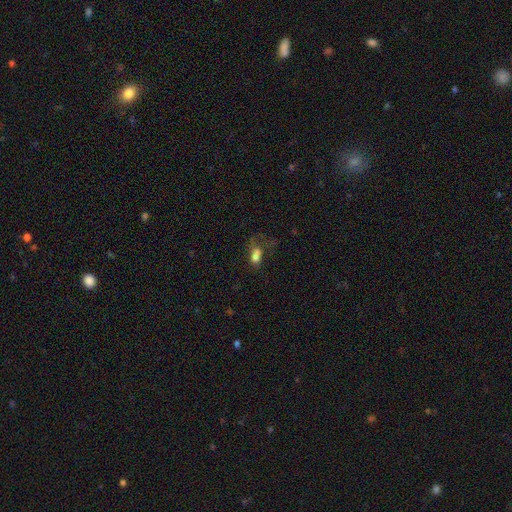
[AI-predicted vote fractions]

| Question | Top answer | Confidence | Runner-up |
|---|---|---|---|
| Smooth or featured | smooth | 67% | featured or disk (17%) |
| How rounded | in between | 77% | round (18%) |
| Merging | merger | 36% | major disturbance (29%) |